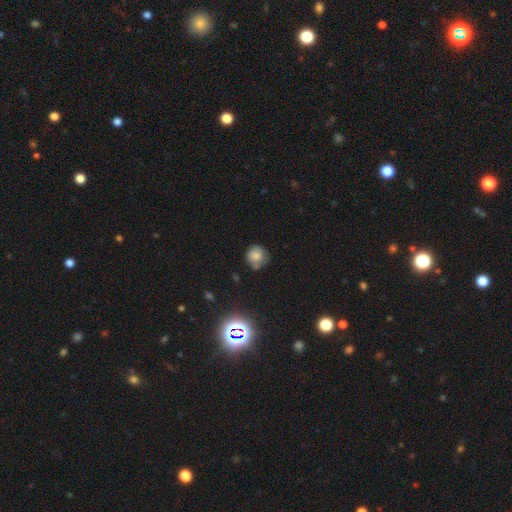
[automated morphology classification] The model was most divided on "merging": none: 62%, minor disturbance: 25%, merger: 7%, major disturbance: 6%. More confident: how rounded — round (87%); smooth or featured — smooth (74%).